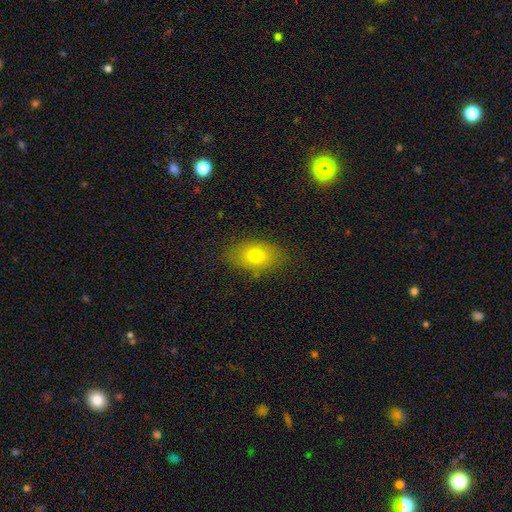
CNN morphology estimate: A smooth galaxy with no disk features (75%) that is in between round and cigar-shaped (84%).

Vote fractions:
- Smooth or featured? smooth: 75% / featured or disk: 15% / star or artifact: 10%
- How rounded? in between: 84% / round: 14% / cigar-shaped: 2%
- Merging? none: 79% / minor disturbance: 15% / major disturbance: 4% / merger: 1%